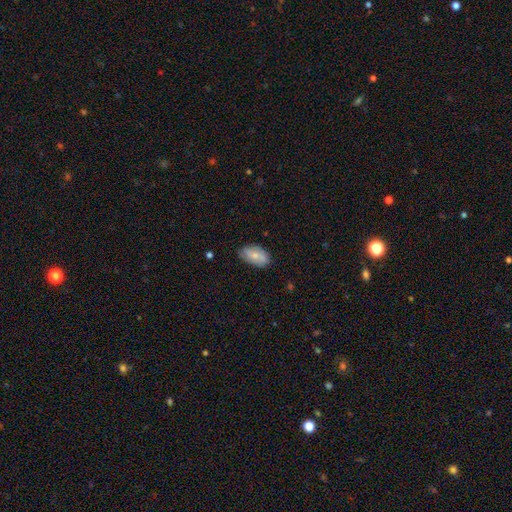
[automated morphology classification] Smooth or featured: smooth — 67% (featured or disk — 26%)
How rounded: in between — 93% (round — 5%)
Merging: none — 76% (minor disturbance — 20%)